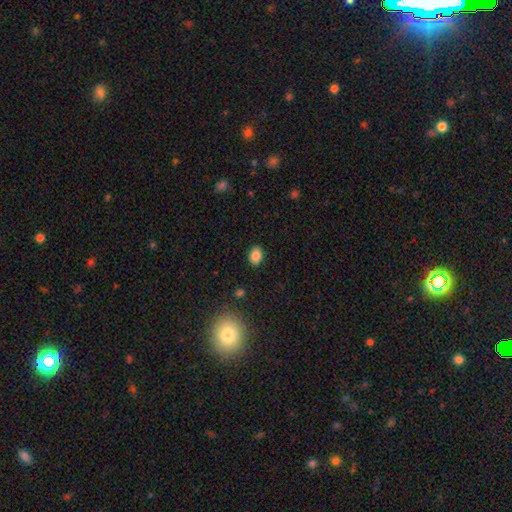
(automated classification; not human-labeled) Smooth or featured? smooth (84%)
How rounded? in between (73%)
Merging? none (88%)